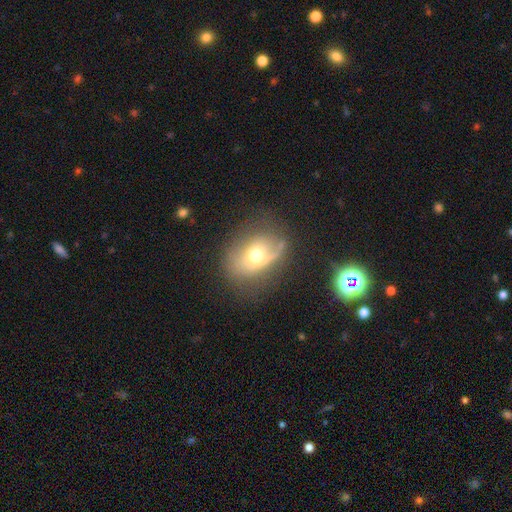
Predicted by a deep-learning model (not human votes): featured or disk 49%, smooth 39%, star or artifact 12%. Down the decision tree: merging — none (47%).